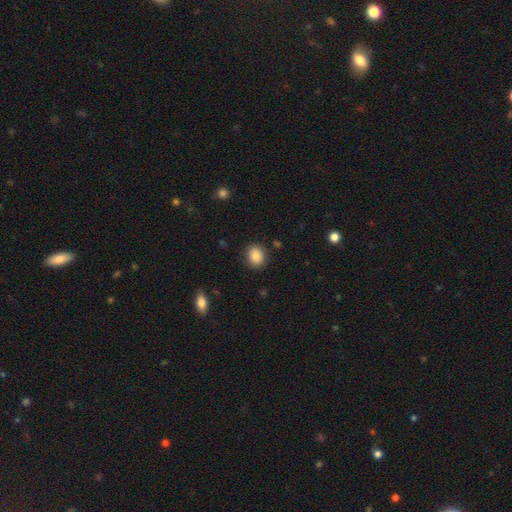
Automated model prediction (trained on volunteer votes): Morphology: type=smooth (87%); roundness=round (66%); merging=none (87%).